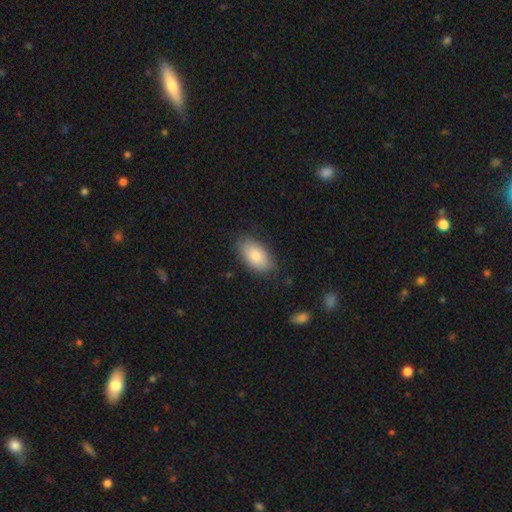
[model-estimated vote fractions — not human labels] smooth_or_featured: smooth (p=0.83) [alt: featured or disk p=0.11]
how_rounded: in between (p=0.94) [alt: round p=0.04]
merging: none (p=0.79) [alt: minor disturbance p=0.16]